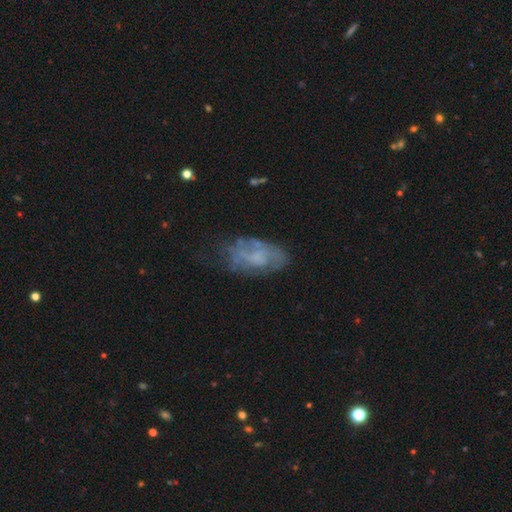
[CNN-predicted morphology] Smooth or featured: featured or disk — 51% (smooth — 39%)
Edge-on disk: no — 94% (yes — 6%)
Merging: none — 53% (minor disturbance — 27%)